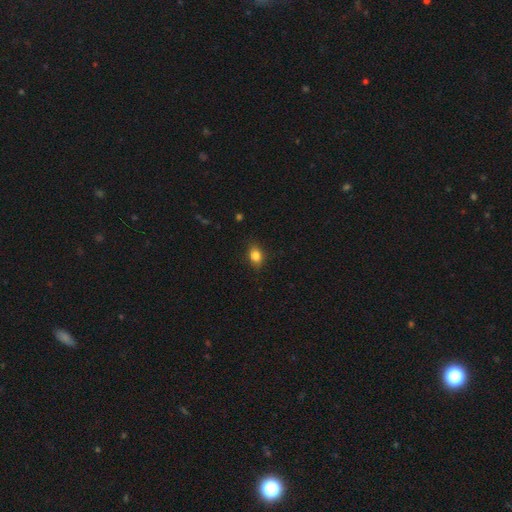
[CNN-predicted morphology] This is clearly a smooth galaxy (82%). How rounded: likely in between (68%). Merging: clearly none (82%).